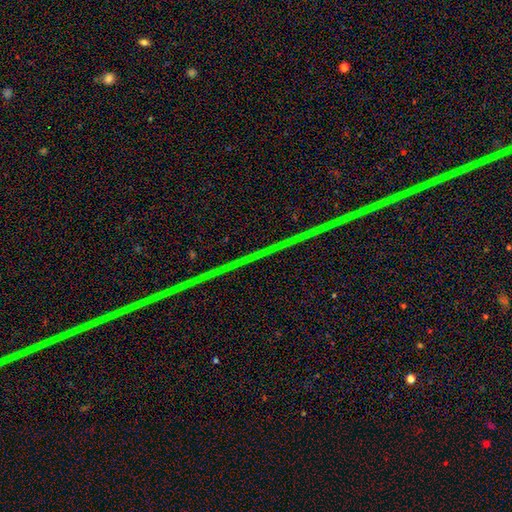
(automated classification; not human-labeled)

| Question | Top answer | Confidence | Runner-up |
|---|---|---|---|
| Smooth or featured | star or artifact | 91% | featured or disk (5%) |